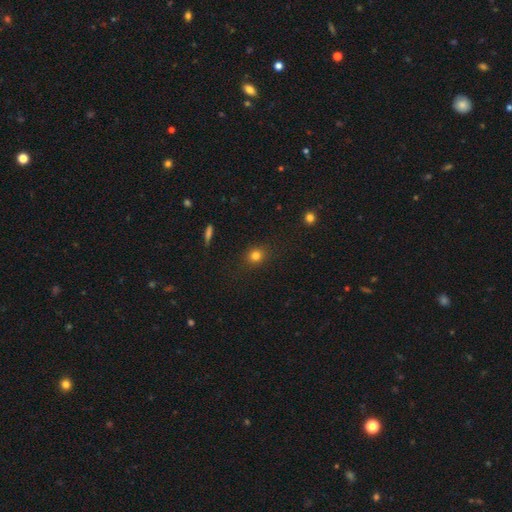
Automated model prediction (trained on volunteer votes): The model was most divided on "how rounded": round: 80%, in between: 18%, cigar-shaped: 1%. More confident: merging — none (88%); smooth or featured — smooth (80%).